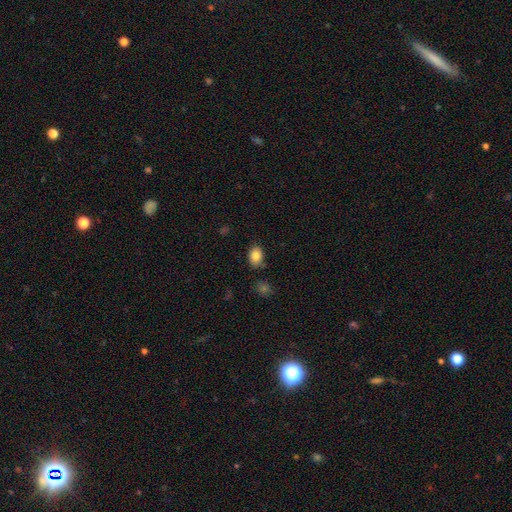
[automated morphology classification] Smooth or featured? Predicted: smooth (p=0.84). How rounded? Predicted: in between (p=0.72). Merging? Predicted: none (p=0.81).